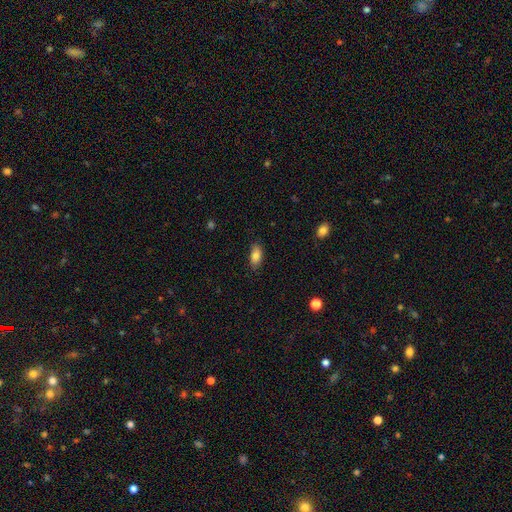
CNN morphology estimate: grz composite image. It shows a smooth galaxy with no disk features (82%) that is in between round and cigar-shaped (89%). Merging: none (85%).